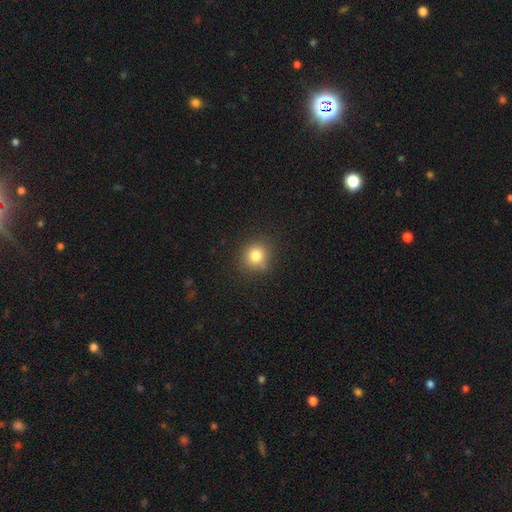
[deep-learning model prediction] This appears to be a smooth galaxy with no disk features (80%) that is round (87%). Merging: none (83%).